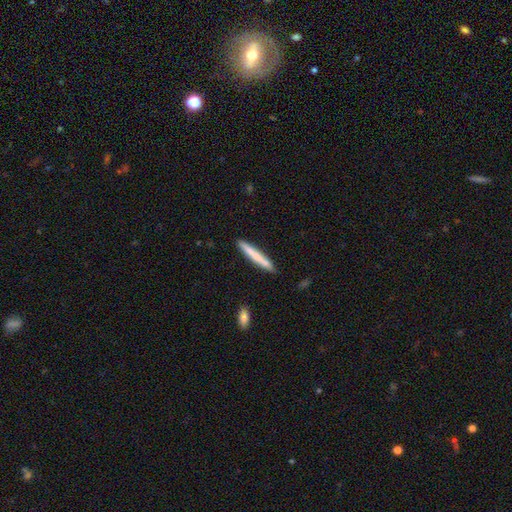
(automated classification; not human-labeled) smooth 71%, featured or disk 23%, star or artifact 6%. Down the decision tree: how rounded — cigar-shaped (96%); merging — none (90%).